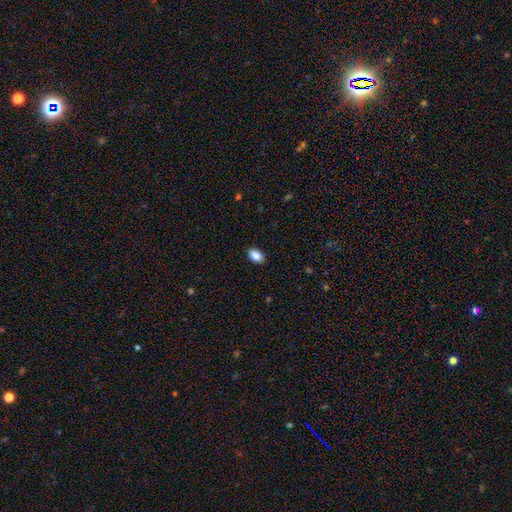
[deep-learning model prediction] Smooth or featured? Predicted: smooth (p=0.87). How rounded? Predicted: in between (p=0.89). Merging? Predicted: none (p=0.90).